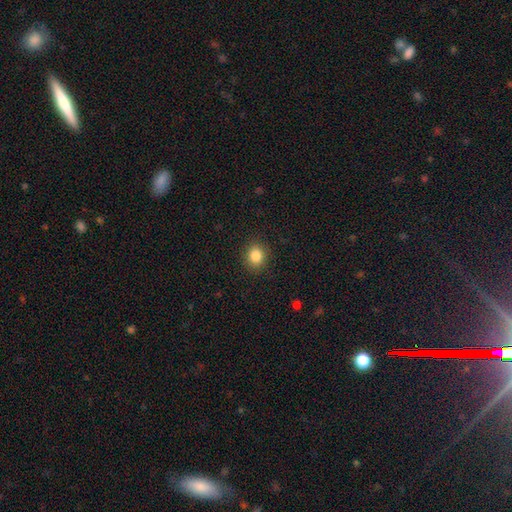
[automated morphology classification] A smooth galaxy with no disk features (85%) that is round (74%).

Vote fractions:
- Smooth or featured? smooth: 85% / star or artifact: 10% / featured or disk: 5%
- How rounded? round: 74% / in between: 25% / cigar-shaped: 1%
- Merging? none: 90% / minor disturbance: 7% / major disturbance: 2% / merger: 1%